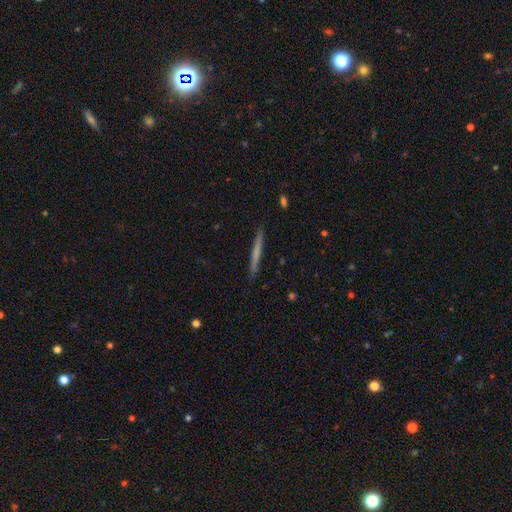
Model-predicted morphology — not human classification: This appears to be a smooth galaxy with no disk features (57%) that is cigar-shaped (97%). Merging: none (91%).